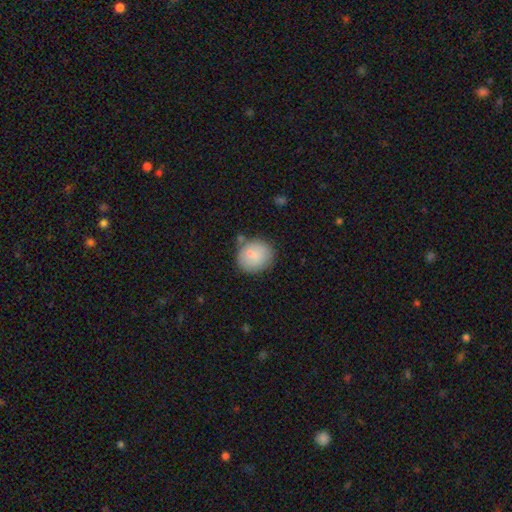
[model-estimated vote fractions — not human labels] Q: Smooth or featured?
A: smooth (83%); runner-up: featured or disk (10%)
Q: How rounded?
A: round (79%); runner-up: in between (20%)
Q: Merging?
A: none (71%); runner-up: minor disturbance (17%)